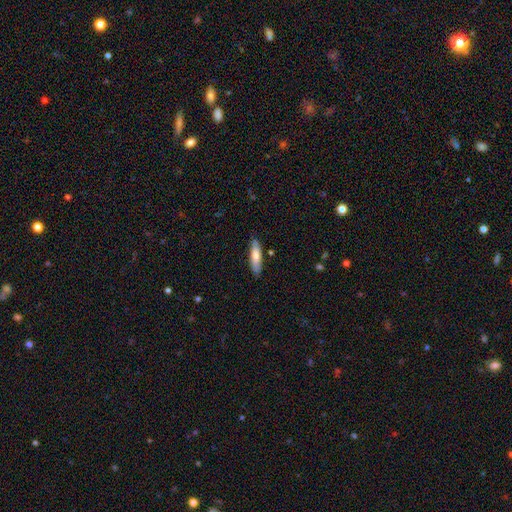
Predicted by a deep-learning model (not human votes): Overall: smooth (72%). How rounded: cigar-shaped (65%; in between 33%). Merging: none (81%).